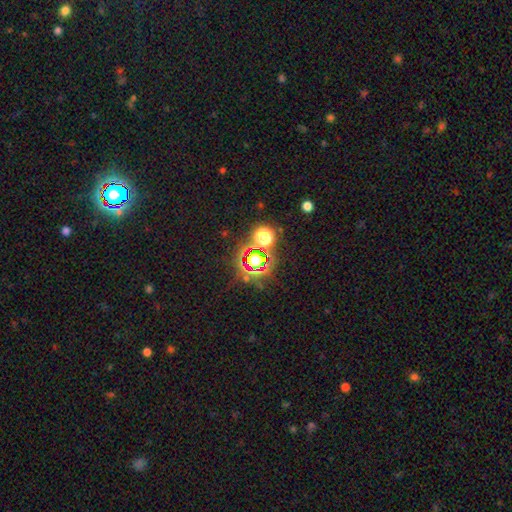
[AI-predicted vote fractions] Overall: star or artifact (73%).